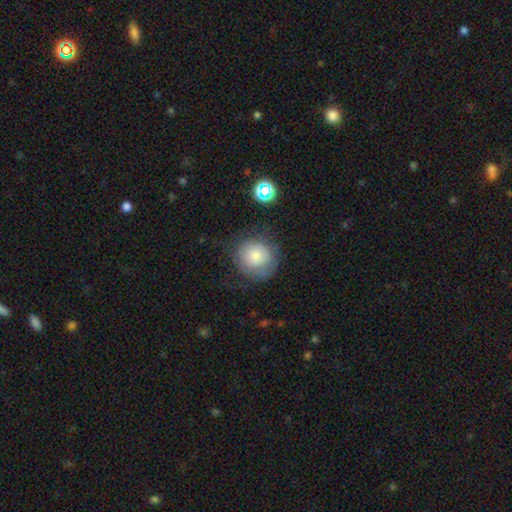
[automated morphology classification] smooth_or_featured: smooth (p=0.73) [alt: featured or disk p=0.17]
how_rounded: round (p=0.91) [alt: in between p=0.08]
merging: none (p=0.65) [alt: minor disturbance p=0.20]